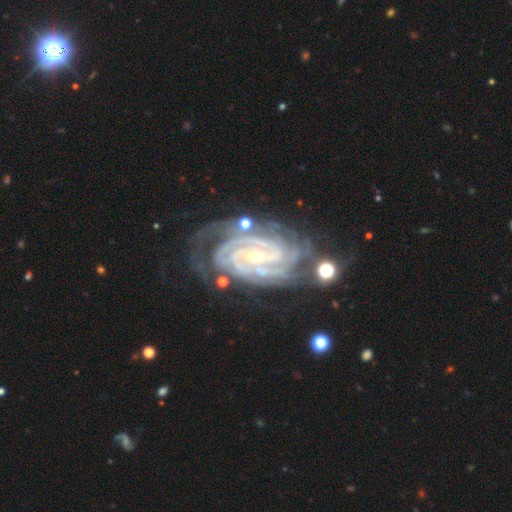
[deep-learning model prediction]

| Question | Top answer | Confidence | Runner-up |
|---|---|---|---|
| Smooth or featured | featured or disk | 93% | star or artifact (4%) |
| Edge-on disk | no | 97% | yes (3%) |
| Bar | weak | 37% | strong (32%) |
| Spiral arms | yes | 99% | no (1%) |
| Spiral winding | tight | 80% | medium (18%) |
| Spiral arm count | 3 | 28% | 4 (26%) |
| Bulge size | small | 63% | moderate (34%) |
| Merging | none | 67% | minor disturbance (21%) |